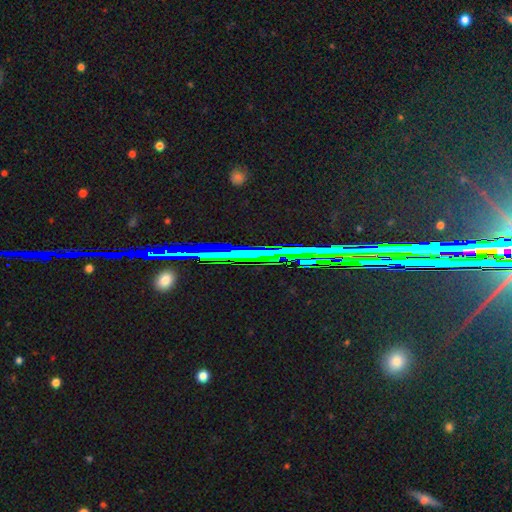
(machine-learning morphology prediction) Overall: star or artifact (75%).